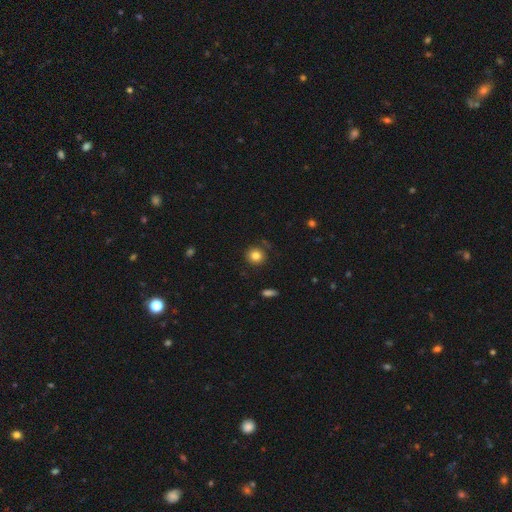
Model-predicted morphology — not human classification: type=smooth (83%); roundness=round (90%); merging=none (86%).